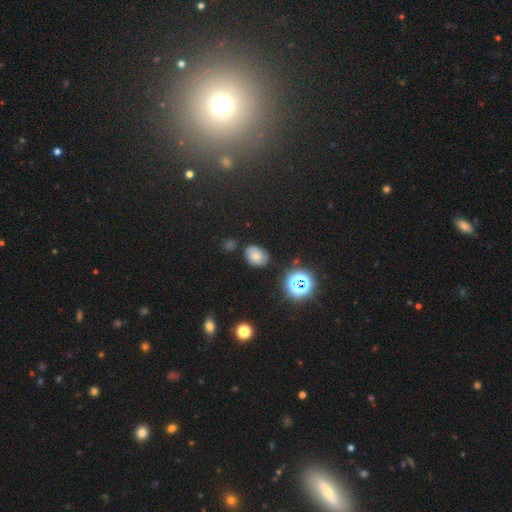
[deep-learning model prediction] Overall: smooth (60%; star or artifact 21%). How rounded: in between (70%). Merging: none (72%).